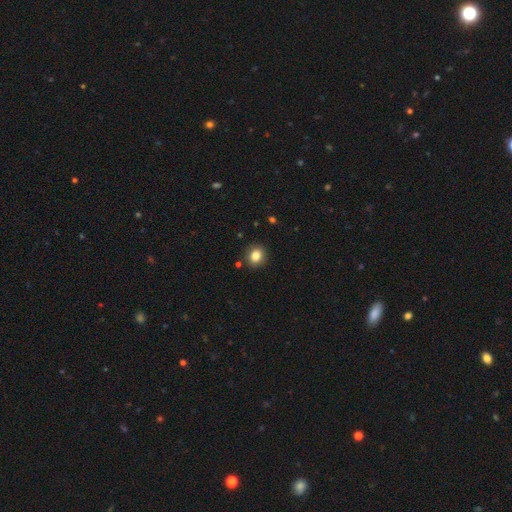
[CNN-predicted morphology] A smooth galaxy with no disk features (84%) that is round (67%). Merging: none (89%).